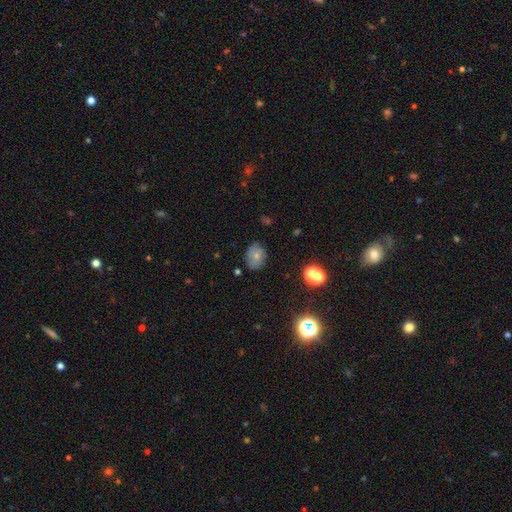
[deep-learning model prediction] Morphology: type=smooth (66%); roundness=in between (55%); merging=none (75%).